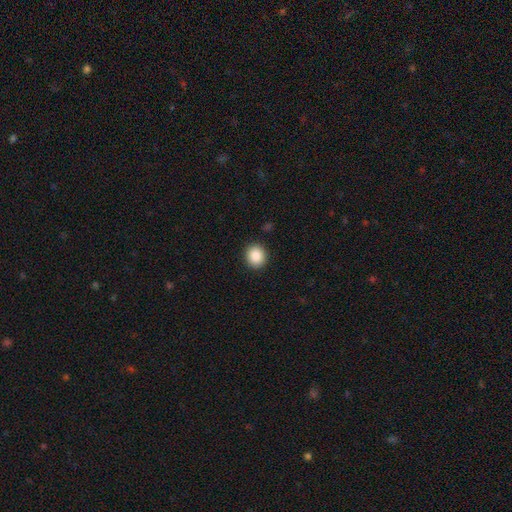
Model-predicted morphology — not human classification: The model was most divided on "how rounded": round: 82%, in between: 17%, cigar-shaped: 1%. More confident: merging — none (91%); smooth or featured — smooth (88%).